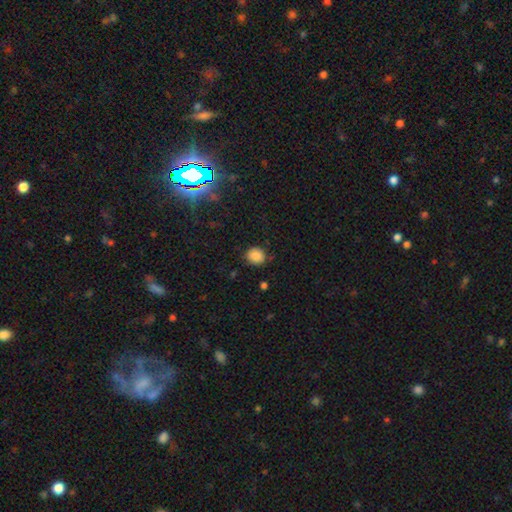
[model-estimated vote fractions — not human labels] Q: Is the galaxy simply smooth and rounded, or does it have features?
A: smooth — 86%.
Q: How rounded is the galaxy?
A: round — 81%.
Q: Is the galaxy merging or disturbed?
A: none — 83%.